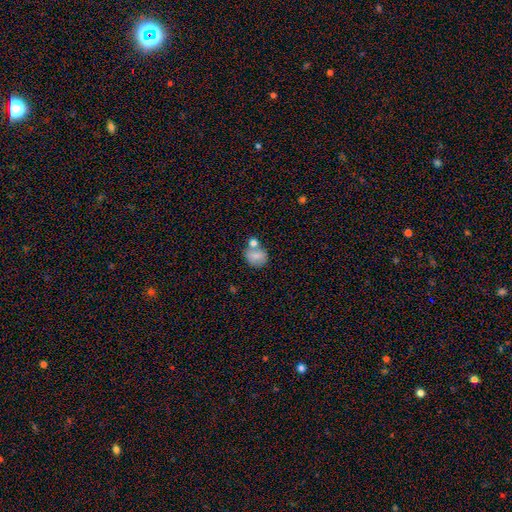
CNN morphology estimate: type=smooth (77%); roundness=round (65%); merging=none (47%).